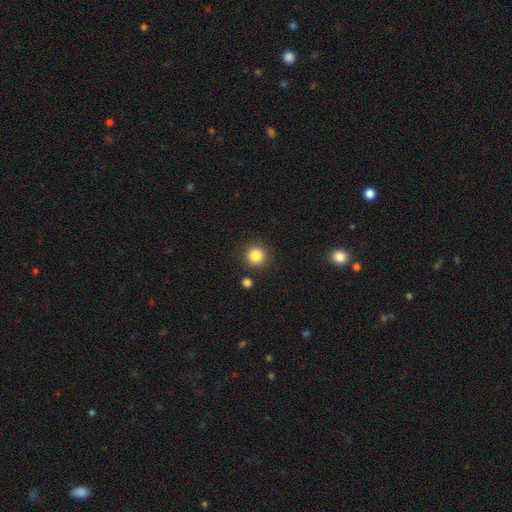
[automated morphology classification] Smooth or featured: smooth — 85% (star or artifact — 10%)
How rounded: round — 93% (in between — 6%)
Merging: none — 88% (minor disturbance — 7%)